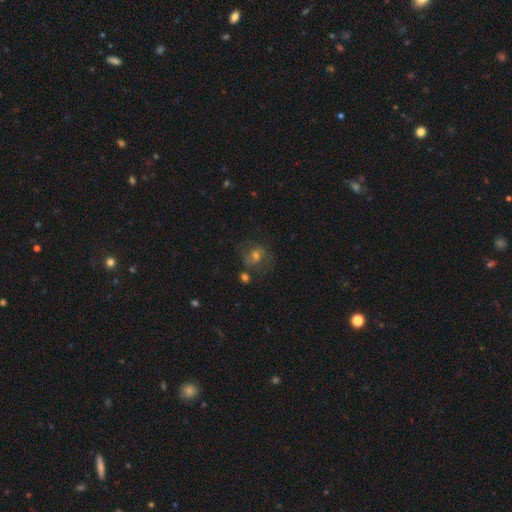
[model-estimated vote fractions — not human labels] The model was most divided on "smooth or featured": featured or disk: 47%, smooth: 33%, star or artifact: 20%. More confident: merging — none (61%).